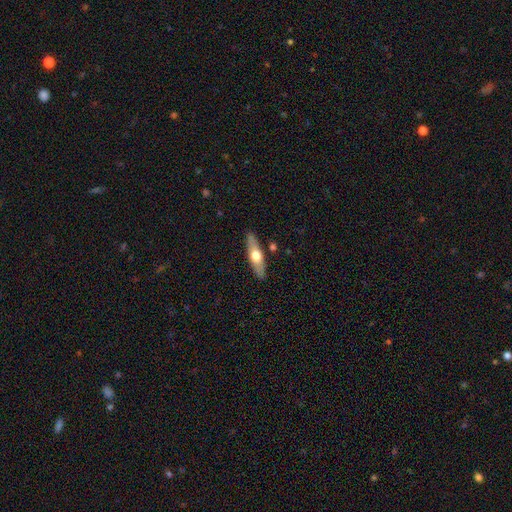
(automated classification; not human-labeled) smooth_or_featured: smooth (p=0.48) [alt: featured or disk p=0.47]
merging: none (p=0.87) [alt: minor disturbance p=0.09]